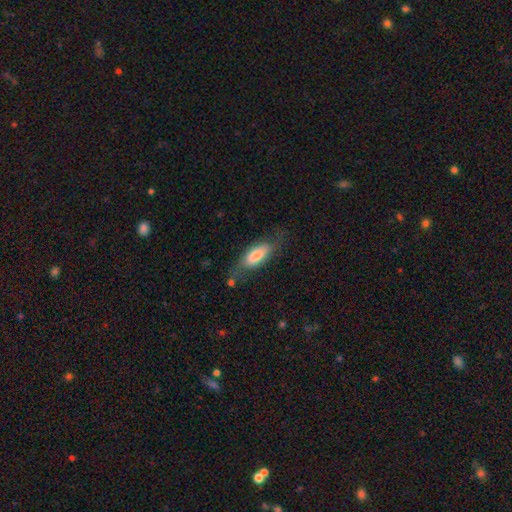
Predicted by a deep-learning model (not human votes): This appears to be a smooth galaxy with no disk features (70%) that is in between round and cigar-shaped (73%). Merging: none (59%).